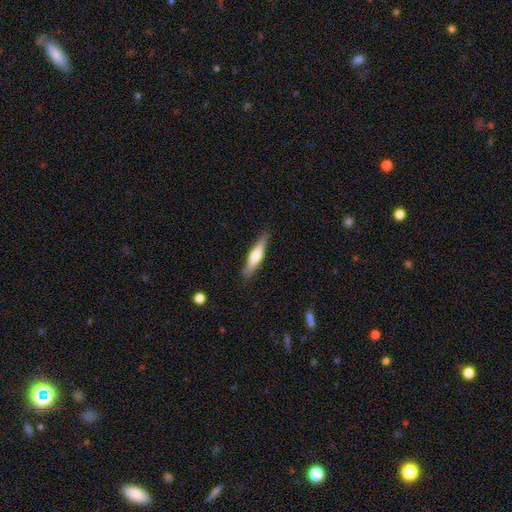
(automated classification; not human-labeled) Smooth or featured: smooth — 55% (featured or disk — 40%)
How rounded: cigar-shaped — 80% (in between — 19%)
Merging: none — 82% (minor disturbance — 14%)